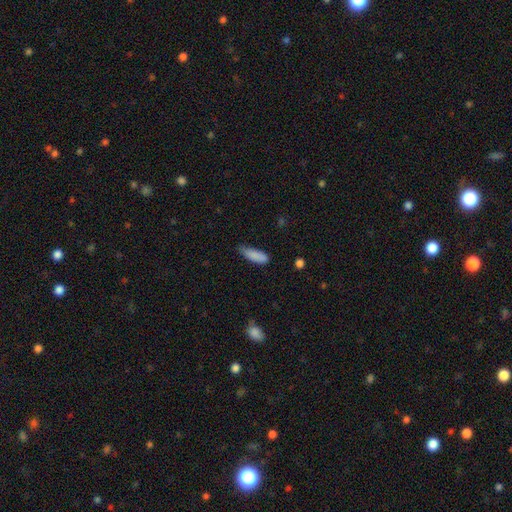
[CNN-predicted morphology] type=smooth (86%); roundness=in between (54%); merging=none (53%).